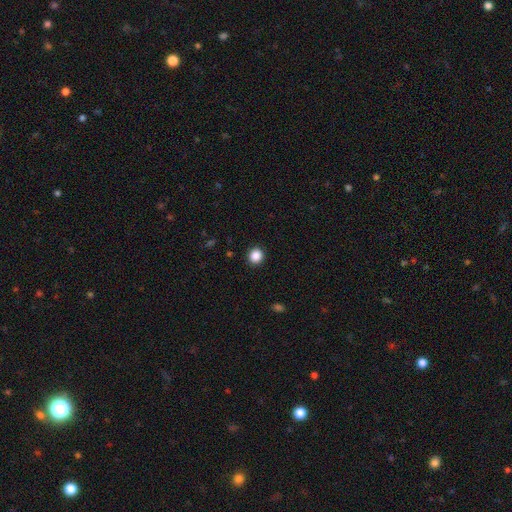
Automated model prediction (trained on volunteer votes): The model was most divided on "smooth or featured": smooth: 87%, star or artifact: 10%, featured or disk: 3%. More confident: merging — none (92%); how rounded — round (89%).